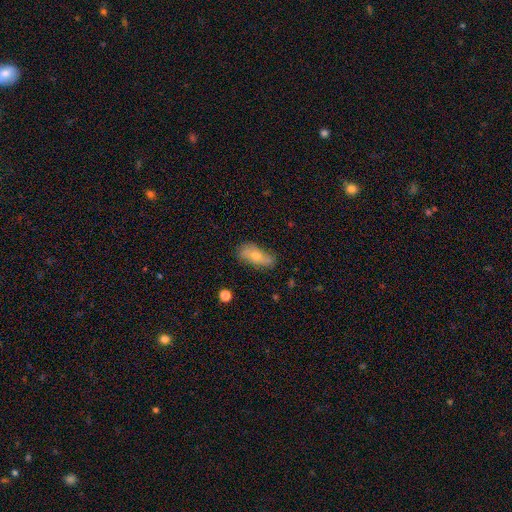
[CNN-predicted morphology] type=smooth (50%); merging=none (69%).